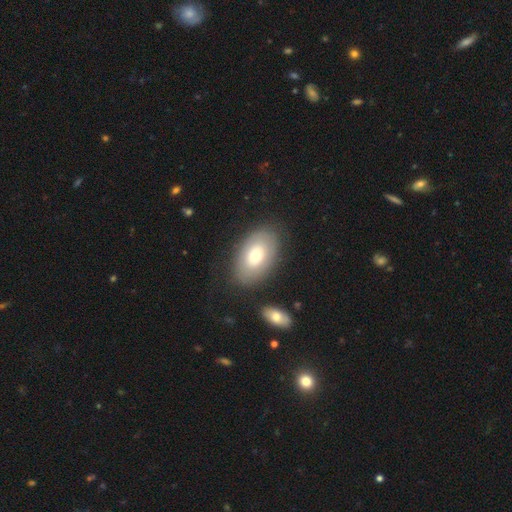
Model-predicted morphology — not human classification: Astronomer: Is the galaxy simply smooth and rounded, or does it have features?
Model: smooth — 62%.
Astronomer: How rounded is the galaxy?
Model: in between — 91%.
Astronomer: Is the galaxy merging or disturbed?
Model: none — 80%.